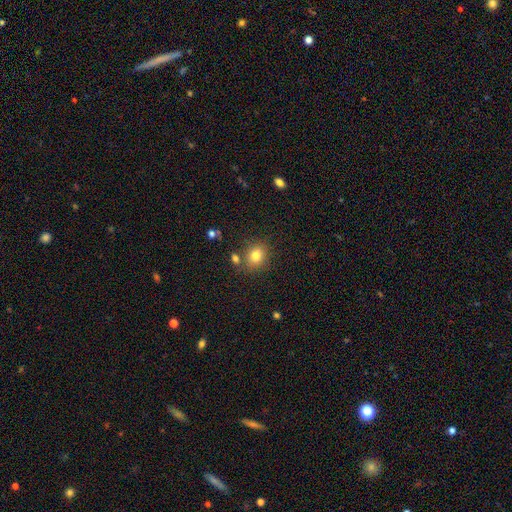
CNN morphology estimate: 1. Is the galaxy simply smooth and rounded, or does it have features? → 80% smooth, 12% star or artifact, 8% featured or disk.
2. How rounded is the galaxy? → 61% round, 38% in between, 1% cigar-shaped.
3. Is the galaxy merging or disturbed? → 75% none, 11% minor disturbance, 10% merger, 3% major disturbance.